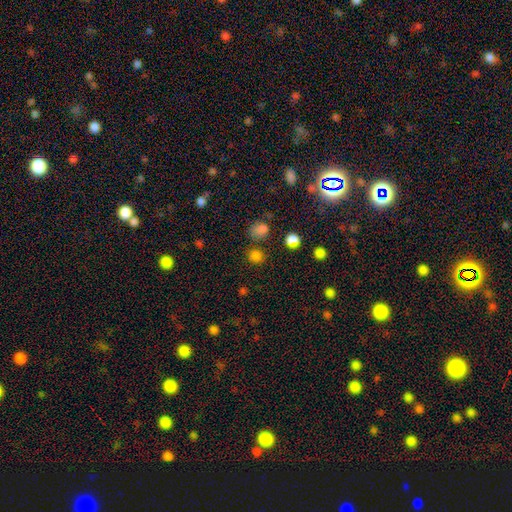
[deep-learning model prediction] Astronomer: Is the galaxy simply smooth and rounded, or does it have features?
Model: smooth — 73%.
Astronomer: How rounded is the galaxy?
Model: round — 84%.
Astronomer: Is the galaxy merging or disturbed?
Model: none — 78%.